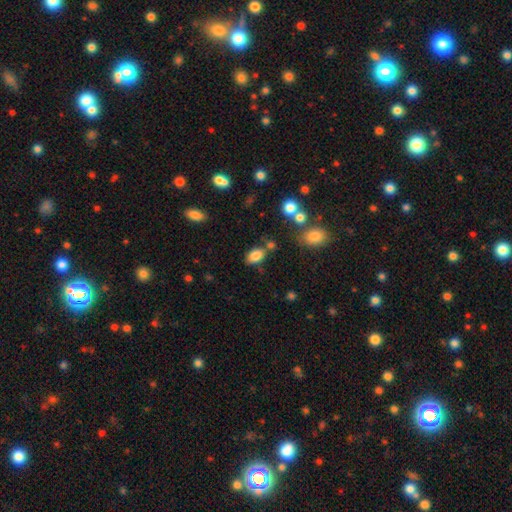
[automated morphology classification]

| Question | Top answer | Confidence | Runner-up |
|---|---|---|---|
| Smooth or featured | smooth | 83% | star or artifact (10%) |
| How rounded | in between | 84% | round (15%) |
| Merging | none | 70% | minor disturbance (16%) |